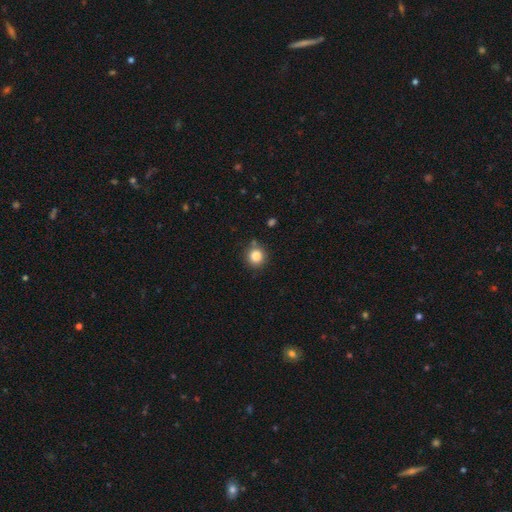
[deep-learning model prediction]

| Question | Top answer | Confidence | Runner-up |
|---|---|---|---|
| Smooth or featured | smooth | 84% | star or artifact (11%) |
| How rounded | round | 92% | in between (8%) |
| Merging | none | 83% | minor disturbance (10%) |